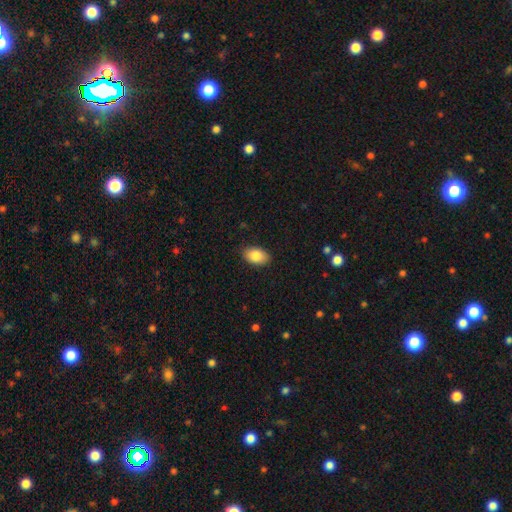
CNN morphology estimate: smooth-or-featured: smooth: 86% | star or artifact: 7% | featured or disk: 7%
  how-rounded: in between: 90% | round: 9% | cigar-shaped: 1%
  merging: none: 86% | minor disturbance: 10% | major disturbance: 2% | merger: 1%